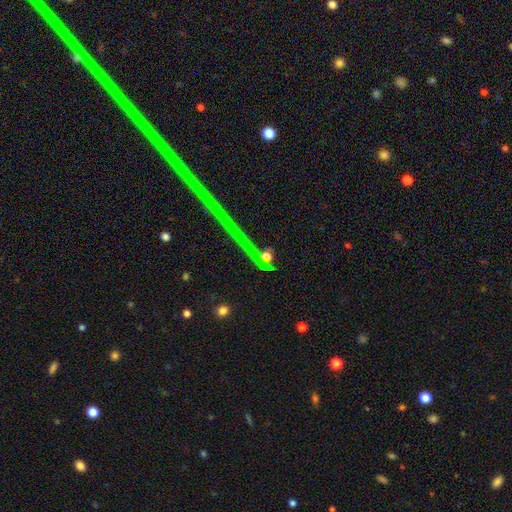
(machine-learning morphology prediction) This is likely a star or artifact rather than a galaxy (72%).